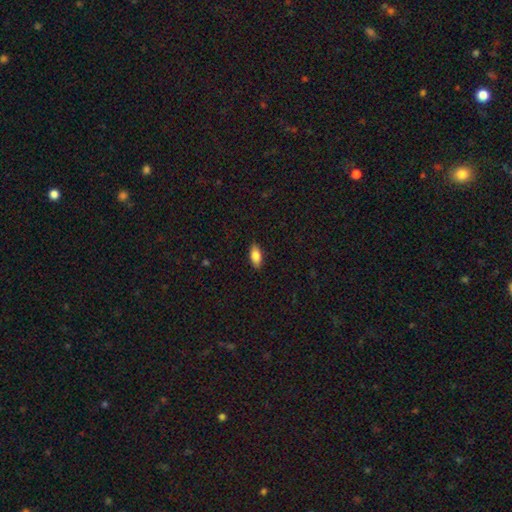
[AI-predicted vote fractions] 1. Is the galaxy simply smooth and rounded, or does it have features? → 83% smooth, 10% featured or disk, 7% star or artifact.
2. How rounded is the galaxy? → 87% in between, 10% cigar-shaped, 3% round.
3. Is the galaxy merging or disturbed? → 88% none, 9% minor disturbance, 2% major disturbance, 1% merger.